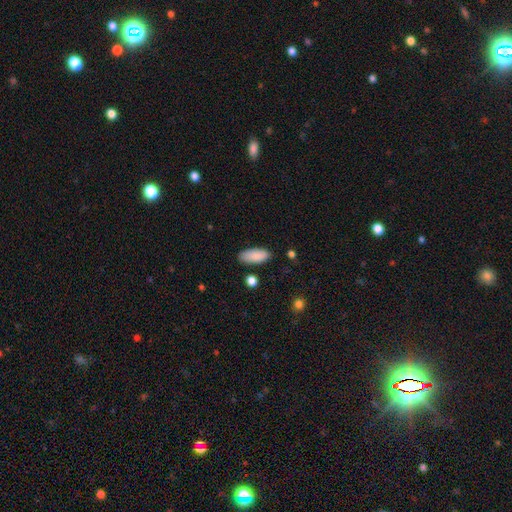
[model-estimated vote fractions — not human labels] Overall: smooth (88%). How rounded: in between (85%). Merging: none (83%).